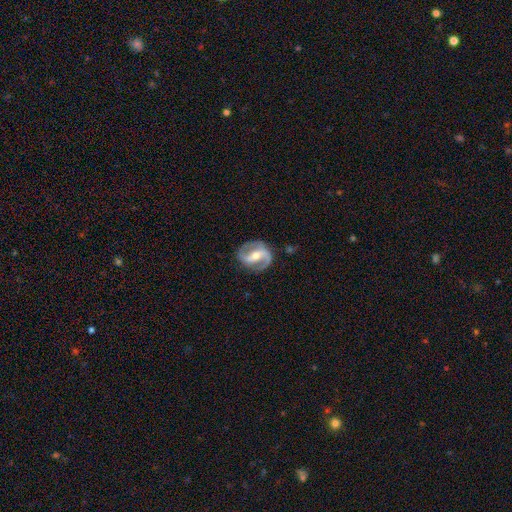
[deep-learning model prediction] Smooth or featured? featured or disk (89%)
Edge-on disk? no (97%)
Bar? strong (54%)
Spiral arms? yes (95%)
Spiral winding? medium (52%)
Spiral arm count? 2 (91%)
Bulge size? moderate (59%)
Merging? none (82%)